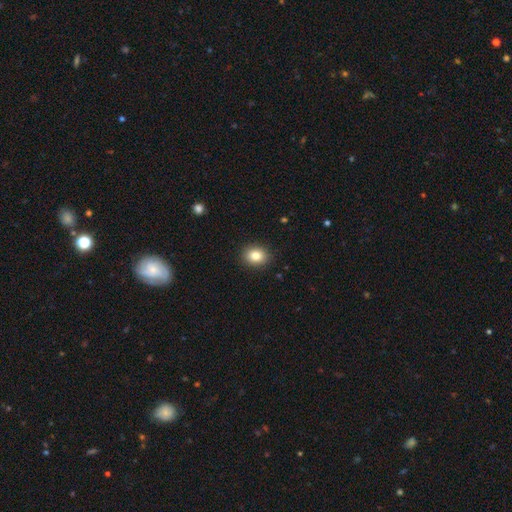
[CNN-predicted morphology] A smooth galaxy with no disk features (83%) that is round (55%).

Vote fractions:
- Smooth or featured? smooth: 83% / star or artifact: 10% / featured or disk: 7%
- How rounded? round: 55% / in between: 44% / cigar-shaped: 1%
- Merging? none: 90% / minor disturbance: 7% / major disturbance: 2% / merger: 1%